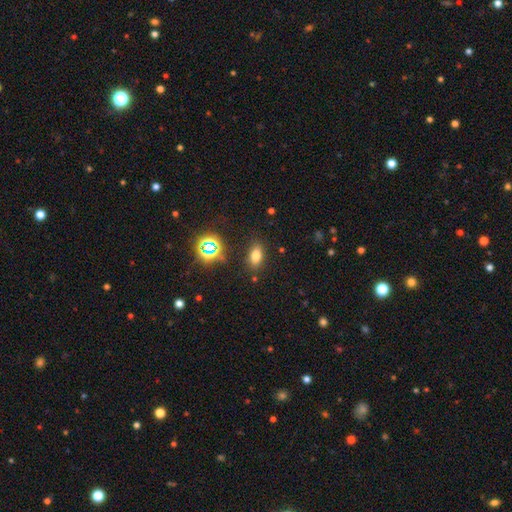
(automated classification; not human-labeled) smooth 70%, star or artifact 20%, featured or disk 9%. Down the decision tree: how rounded — in between (82%); merging — none (83%).